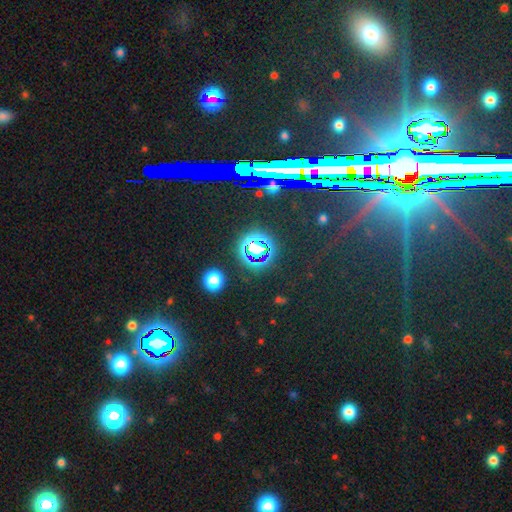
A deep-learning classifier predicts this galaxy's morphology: Overall: star or artifact (78%).